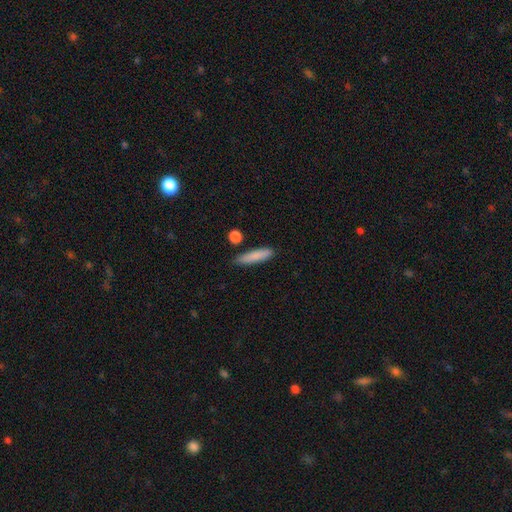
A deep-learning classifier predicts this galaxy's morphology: A smooth galaxy with no disk features (84%) that is cigar-shaped (82%). Merging: none (80%).